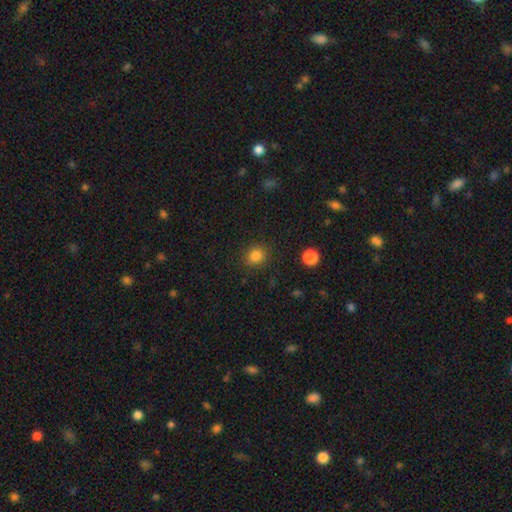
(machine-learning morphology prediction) Smooth or featured? smooth (83%)
How rounded? round (75%)
Merging? none (88%)